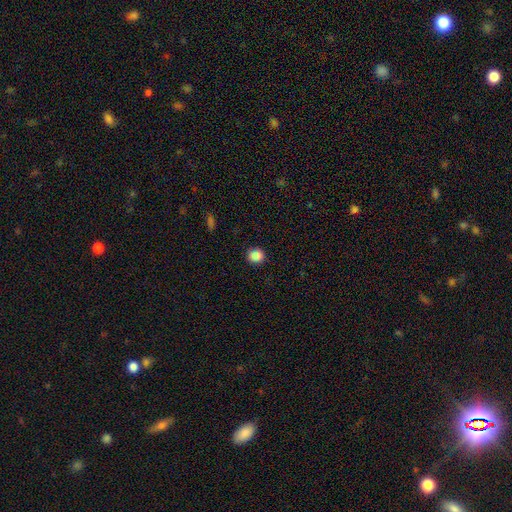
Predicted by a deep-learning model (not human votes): This is clearly a smooth galaxy (87%). How rounded: clearly round (85%). Merging: clearly none (91%).